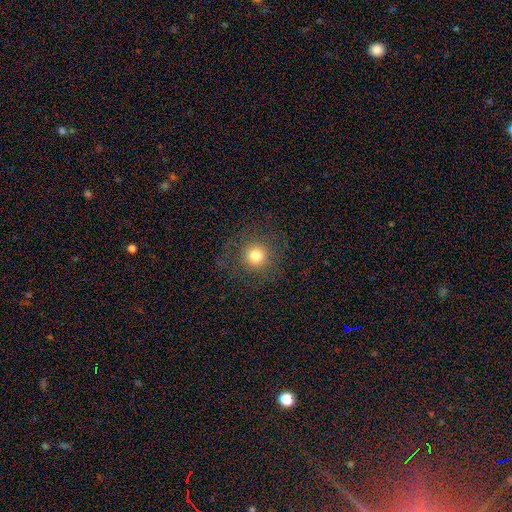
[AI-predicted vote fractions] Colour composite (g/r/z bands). It shows a smooth galaxy with no disk features (76%) that is round (95%). Merging: none (84%).